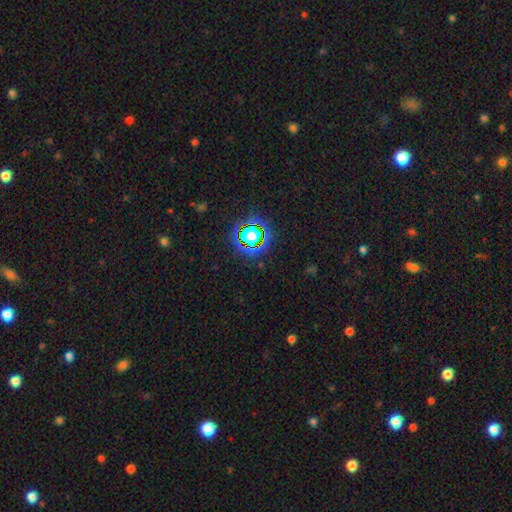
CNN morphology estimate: smooth_or_featured: star or artifact (p=0.80) [alt: smooth p=0.13]